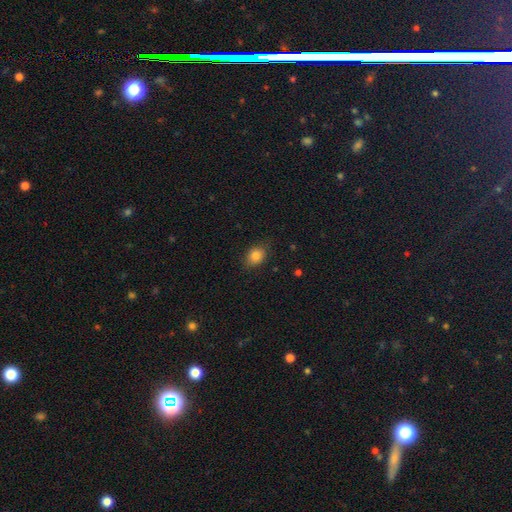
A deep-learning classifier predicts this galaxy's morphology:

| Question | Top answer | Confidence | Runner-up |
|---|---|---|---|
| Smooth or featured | smooth | 82% | star or artifact (10%) |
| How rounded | in between | 59% | round (40%) |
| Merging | none | 81% | minor disturbance (14%) |